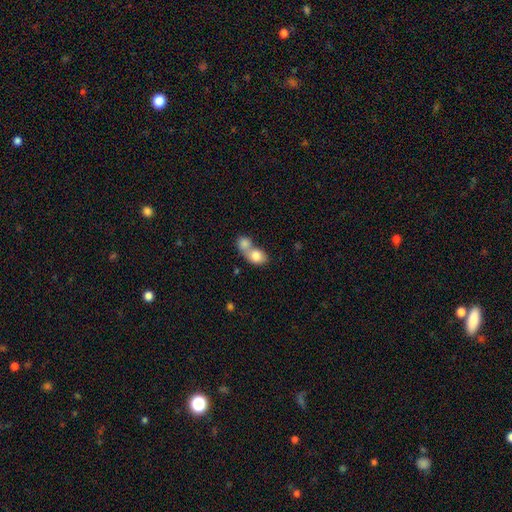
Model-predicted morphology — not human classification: smooth 79%, featured or disk 13%, star or artifact 7%. Down the decision tree: how rounded — in between (57%); merging — merger (74%).